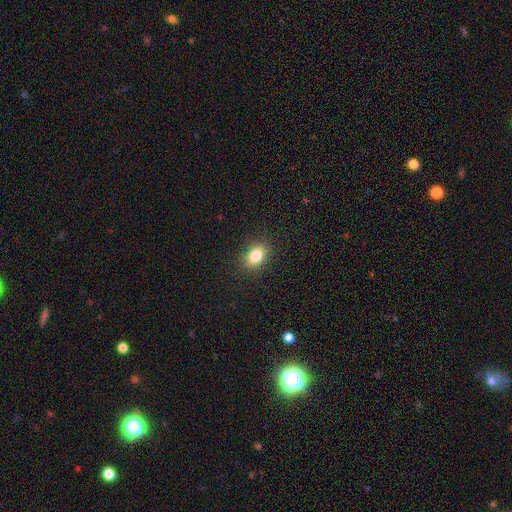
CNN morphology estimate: Smooth or featured?
  - smooth: 83% *
  - star or artifact: 10%
  - featured or disk: 7%
How rounded?
  - in between: 77% *
  - round: 22%
  - cigar-shaped: 2%
Merging?
  - none: 87% *
  - minor disturbance: 10%
  - major disturbance: 3%
  - merger: 1%